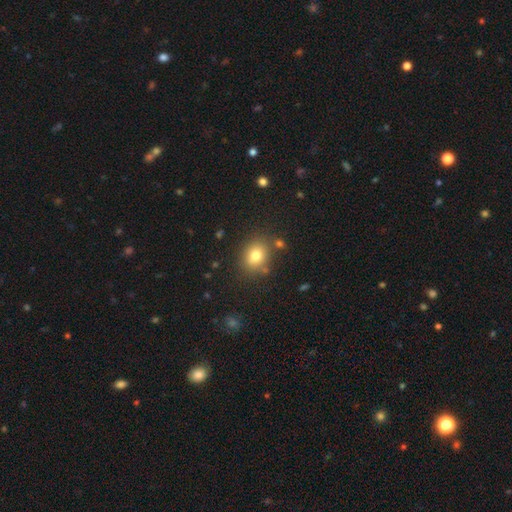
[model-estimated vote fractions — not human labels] Smooth or featured: smooth — 78% (star or artifact — 12%)
How rounded: round — 59% (in between — 40%)
Merging: none — 79% (minor disturbance — 12%)